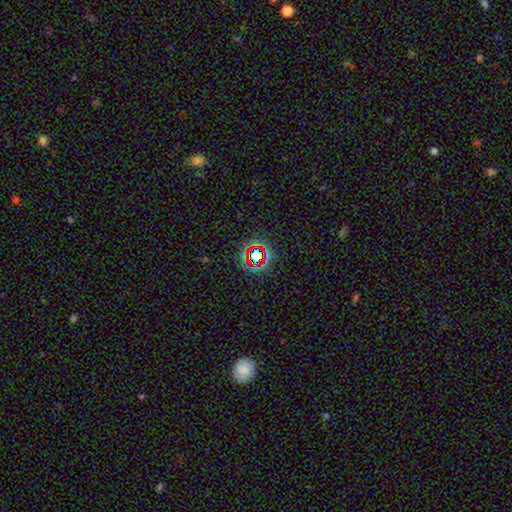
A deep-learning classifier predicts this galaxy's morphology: This is likely a star or artifact rather than a galaxy (71%).